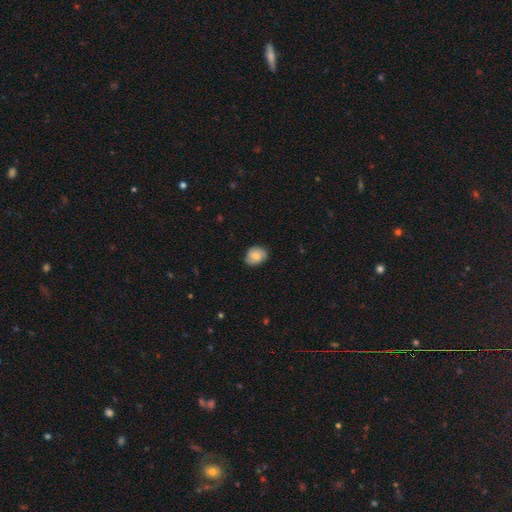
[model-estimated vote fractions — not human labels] Smooth or featured? Predicted: smooth (p=0.74). How rounded? Predicted: in between (p=0.51). Merging? Predicted: none (p=0.78).